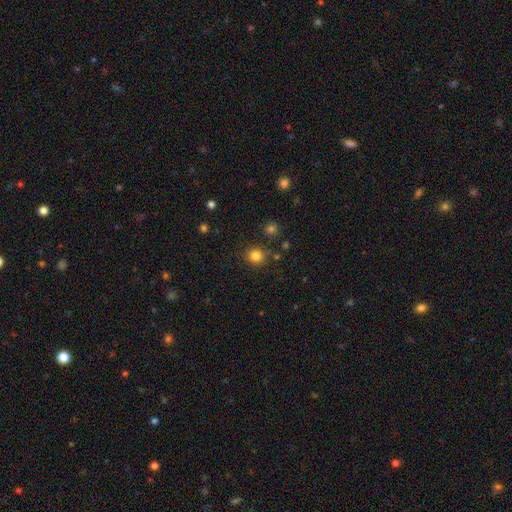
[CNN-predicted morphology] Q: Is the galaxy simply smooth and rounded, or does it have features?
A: smooth — 83%.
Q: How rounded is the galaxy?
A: round — 88%.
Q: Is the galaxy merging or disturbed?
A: none — 84%.